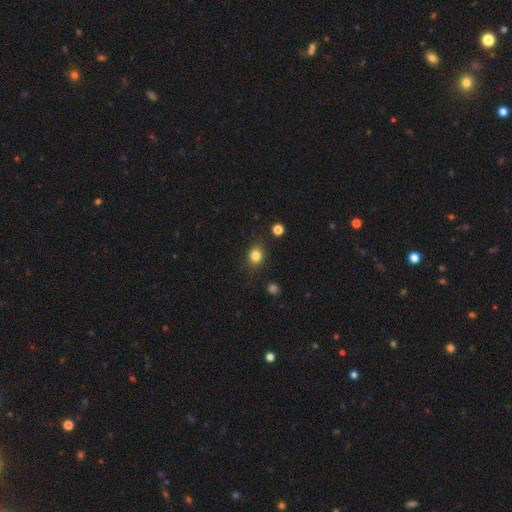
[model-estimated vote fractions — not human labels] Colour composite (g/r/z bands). It shows a smooth galaxy with no disk features (83%) that is round (64%). Merging: none (83%).